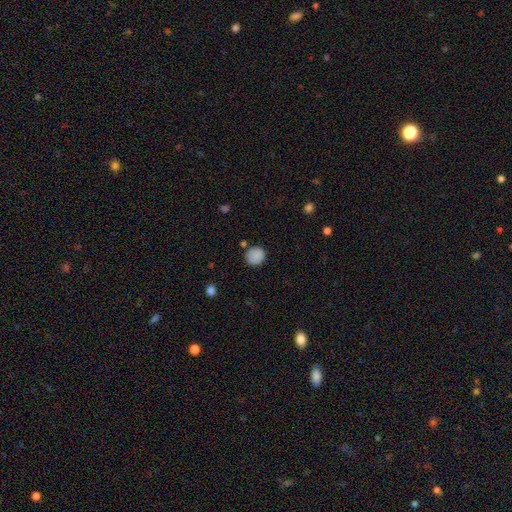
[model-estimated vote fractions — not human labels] Morphology: type=smooth (86%); roundness=round (90%); merging=none (82%).